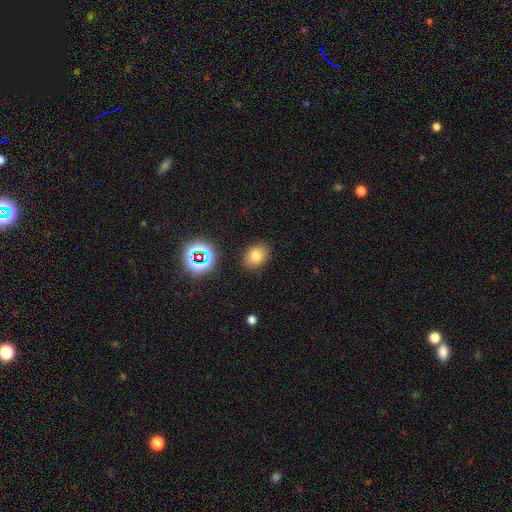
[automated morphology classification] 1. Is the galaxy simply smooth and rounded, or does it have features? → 74% smooth, 16% star or artifact, 10% featured or disk.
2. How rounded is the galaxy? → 63% in between, 36% round, 1% cigar-shaped.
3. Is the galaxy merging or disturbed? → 84% none, 10% minor disturbance, 3% major disturbance, 2% merger.